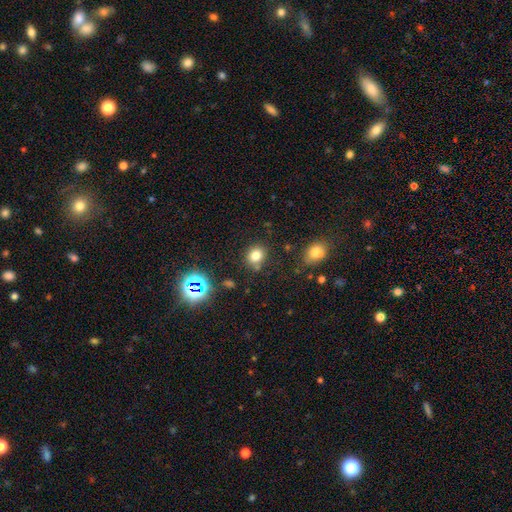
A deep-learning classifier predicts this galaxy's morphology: smooth-or-featured: smooth: 77% | star or artifact: 16% | featured or disk: 7%
  how-rounded: round: 66% | in between: 33% | cigar-shaped: 1%
  merging: none: 77% | minor disturbance: 12% | merger: 7% | major disturbance: 4%